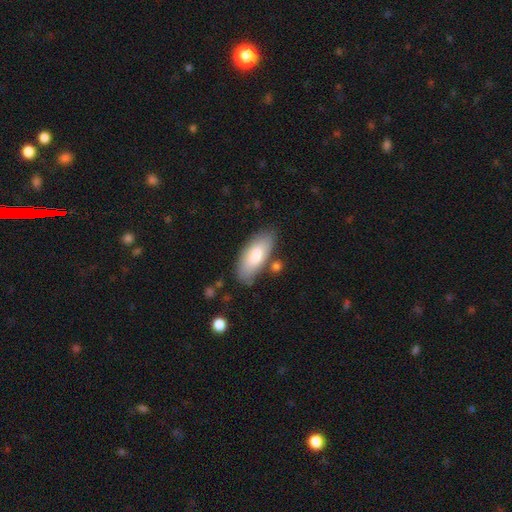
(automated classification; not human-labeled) Smooth or featured?
  - smooth: 80% *
  - featured or disk: 14%
  - star or artifact: 5%
How rounded?
  - in between: 83% *
  - cigar-shaped: 15%
  - round: 2%
Merging?
  - none: 73% *
  - minor disturbance: 16%
  - merger: 6%
  - major disturbance: 4%